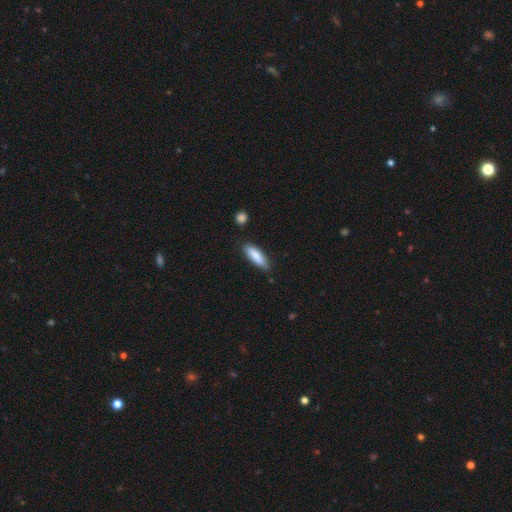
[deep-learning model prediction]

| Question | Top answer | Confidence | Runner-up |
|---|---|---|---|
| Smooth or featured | smooth | 85% | featured or disk (10%) |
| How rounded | cigar-shaped | 53% | in between (46%) |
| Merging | none | 81% | minor disturbance (14%) |